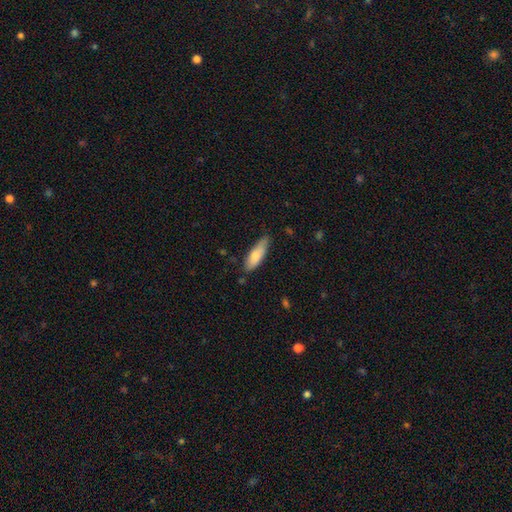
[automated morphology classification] Q: Smooth or featured?
A: smooth (77%); runner-up: featured or disk (18%)
Q: How rounded?
A: in between (55%); runner-up: cigar-shaped (43%)
Q: Merging?
A: none (68%); runner-up: minor disturbance (26%)